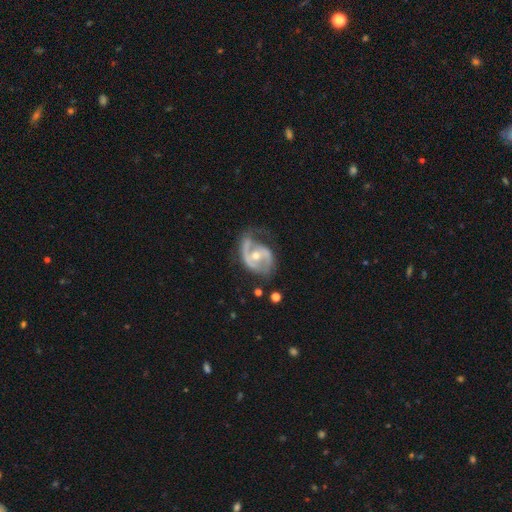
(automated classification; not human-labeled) This appears to be a featured or disk galaxy (85%) with no bar (50%), 2 (72%) medium (48%) spiral arms (90%) and a moderate central bulge (64%). Merging: none (50%).